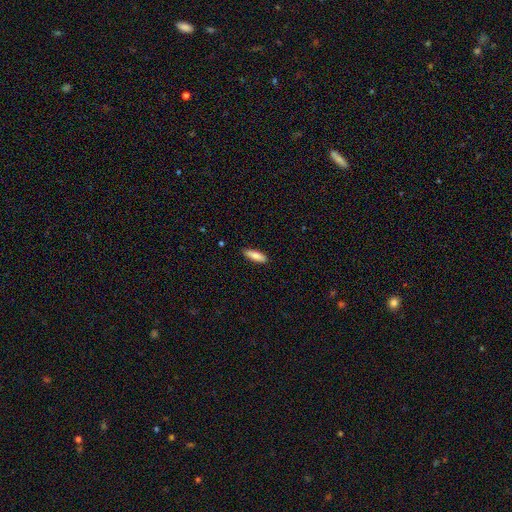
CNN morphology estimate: smooth_or_featured: smooth (p=0.81) [alt: featured or disk p=0.13]
how_rounded: cigar-shaped (p=0.51) [alt: in between p=0.47]
merging: none (p=0.88) [alt: minor disturbance p=0.09]